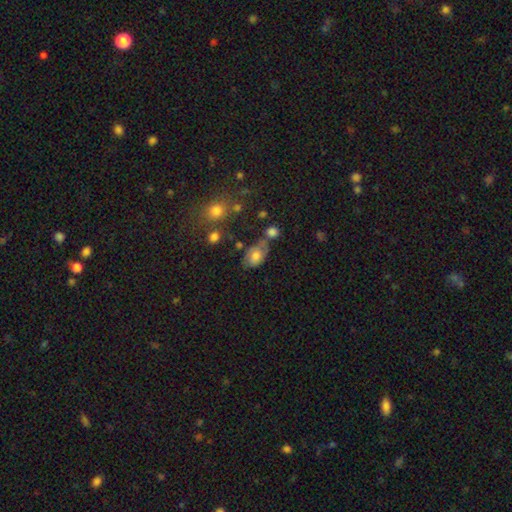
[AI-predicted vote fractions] smooth-or-featured: smooth: 69% | featured or disk: 22% | star or artifact: 9%
  how-rounded: in between: 83% | round: 15% | cigar-shaped: 2%
  merging: none: 42% | minor disturbance: 28% | merger: 18% | major disturbance: 13%